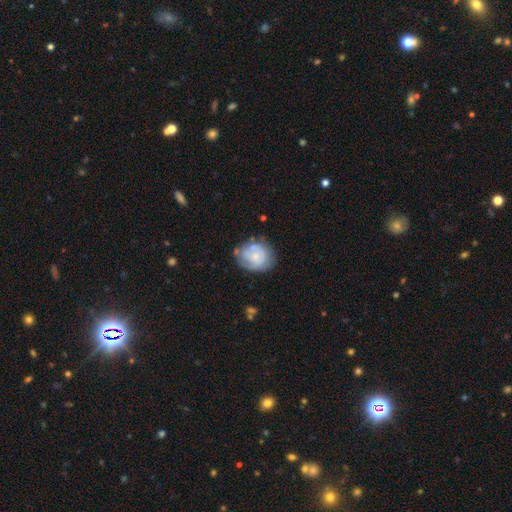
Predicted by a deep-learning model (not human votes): Q: Smooth or featured?
A: featured or disk (56%); runner-up: smooth (37%)
Q: Edge-on disk?
A: no (98%); runner-up: yes (2%)
Q: Bar?
A: no (77%); runner-up: weak (20%)
Q: Spiral arms?
A: yes (70%); runner-up: no (30%)
Q: Bulge size?
A: small (60%); runner-up: moderate (26%)
Q: Merging?
A: none (61%); runner-up: minor disturbance (25%)